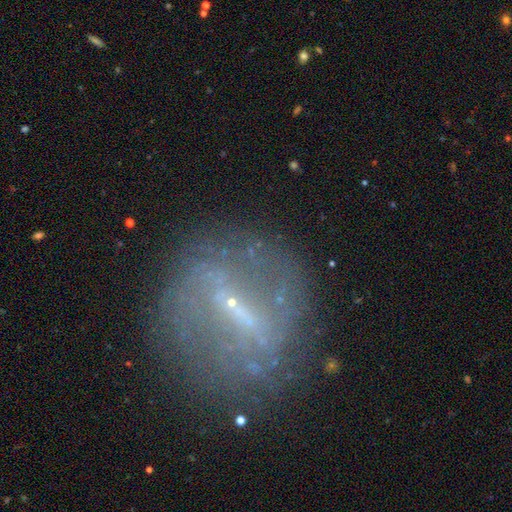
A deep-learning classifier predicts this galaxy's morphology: smooth-or-featured: featured or disk: 70% | smooth: 17% | star or artifact: 13%
  disk-edge-on: no: 82% | yes: 18%
    bar: strong: 56% | weak: 31% | no: 13%
    has-spiral-arms: no: 61% | yes: 39%
    bulge-size: small: 77% | none: 11% | moderate: 10% | large: 1% | dominant: 1%
  merging: none: 75% | minor disturbance: 14% | major disturbance: 8% | merger: 3%